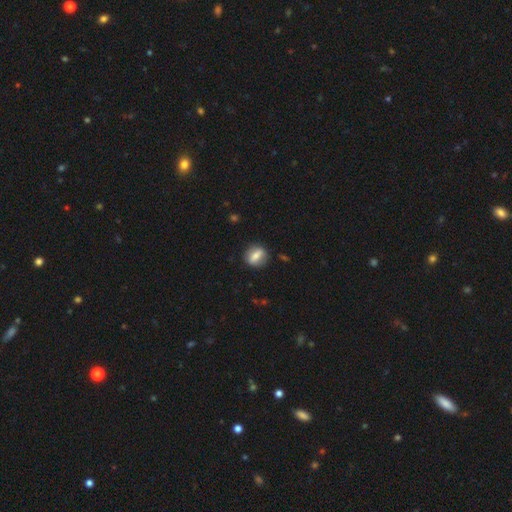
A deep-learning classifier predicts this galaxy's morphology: Smooth or featured: smooth — 63% (featured or disk — 29%)
How rounded: round — 52% (in between — 42%)
Merging: none — 85% (minor disturbance — 10%)